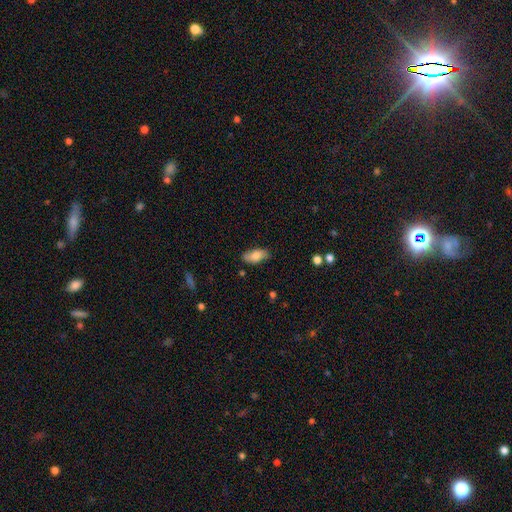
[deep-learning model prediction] A smooth galaxy with no disk features (78%) that is in between round and cigar-shaped (89%).

Vote fractions:
- Smooth or featured? smooth: 78% / featured or disk: 15% / star or artifact: 7%
- How rounded? in between: 89% / cigar-shaped: 8% / round: 3%
- Merging? none: 80% / minor disturbance: 16% / major disturbance: 3% / merger: 1%